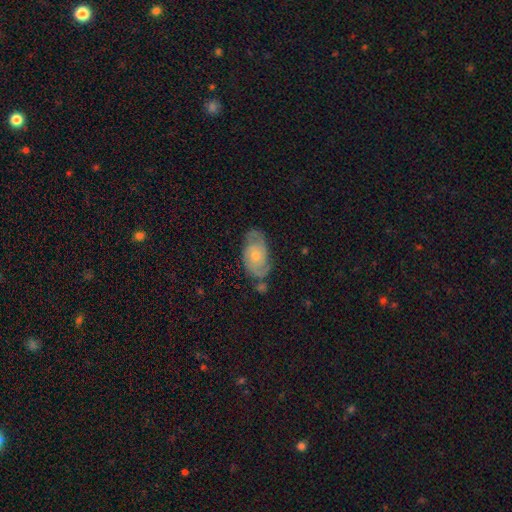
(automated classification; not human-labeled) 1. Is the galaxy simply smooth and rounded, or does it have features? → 74% featured or disk, 20% smooth, 7% star or artifact.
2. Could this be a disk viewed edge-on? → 96% no, 4% yes.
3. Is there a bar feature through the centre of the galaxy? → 75% no, 21% weak, 3% strong.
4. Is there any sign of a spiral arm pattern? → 92% yes, 8% no.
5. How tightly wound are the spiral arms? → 49% tight, 39% medium, 12% loose.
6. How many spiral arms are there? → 77% 2, 13% can't tell, 4% 3, 3% 1, 2% 4, 1% more than 4.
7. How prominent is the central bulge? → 47% small, 46% moderate, 3% large, 3% none, 1% dominant.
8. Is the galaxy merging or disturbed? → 67% none, 21% minor disturbance, 7% major disturbance, 5% merger.